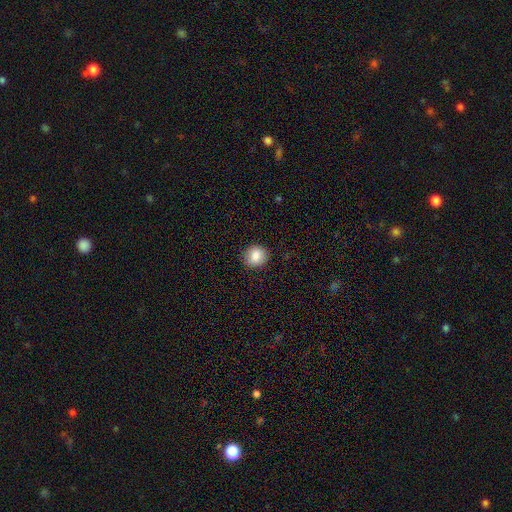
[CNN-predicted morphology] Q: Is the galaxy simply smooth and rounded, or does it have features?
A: smooth — 84%.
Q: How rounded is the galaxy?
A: round — 83%.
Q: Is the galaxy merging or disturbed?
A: none — 89%.